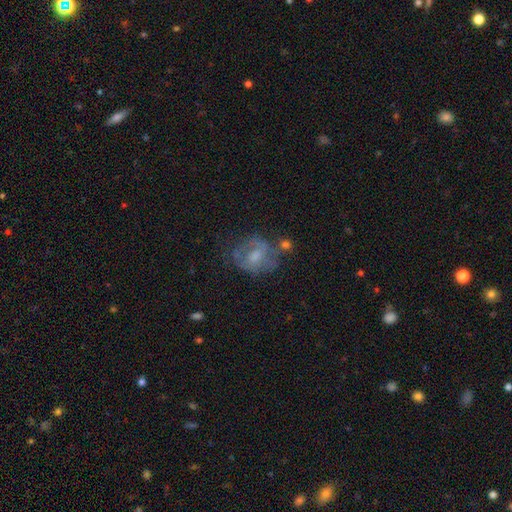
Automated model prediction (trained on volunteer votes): Smooth or featured: featured or disk — 56% (smooth — 34%)
Edge-on disk: no — 96% (yes — 4%)
Bar: no — 54% (weak — 38%)
Spiral arms: yes — 53% (no — 47%)
Bulge size: moderate — 51% (small — 27%)
Merging: none — 47% (minor disturbance — 23%)